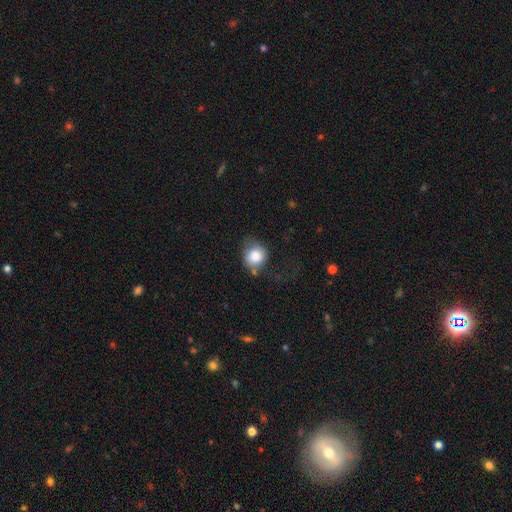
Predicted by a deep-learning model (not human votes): smooth-or-featured: smooth: 82% | featured or disk: 10% | star or artifact: 8%
  how-rounded: round: 77% | in between: 22% | cigar-shaped: 1%
  merging: none: 48% | minor disturbance: 27% | major disturbance: 21% | merger: 5%